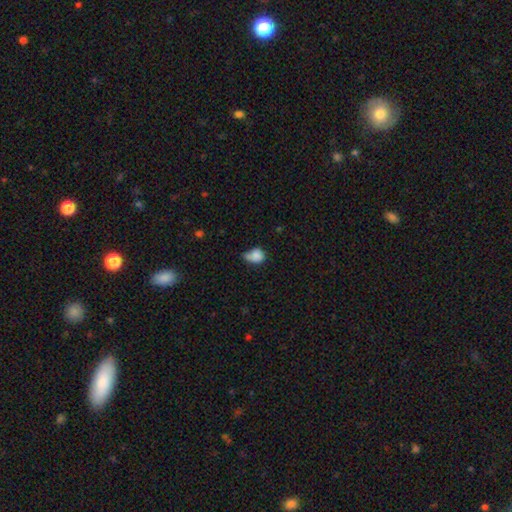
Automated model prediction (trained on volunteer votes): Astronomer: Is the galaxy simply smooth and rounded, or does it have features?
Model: smooth — 81%.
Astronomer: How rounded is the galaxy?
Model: in between — 55% (runner-up: round, 43%).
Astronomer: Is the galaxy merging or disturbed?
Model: minor disturbance — 44% (runner-up: none, 27%).